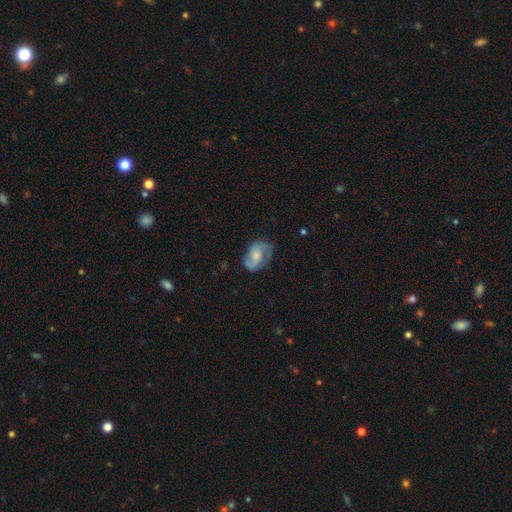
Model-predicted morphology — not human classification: type=featured or disk (70%); edge-on=no (97%); bar=no (58%); spiral arms=yes (92%); winding=medium (49%); arm count=2 (84%); bulge=moderate (45%); merging=none (68%).